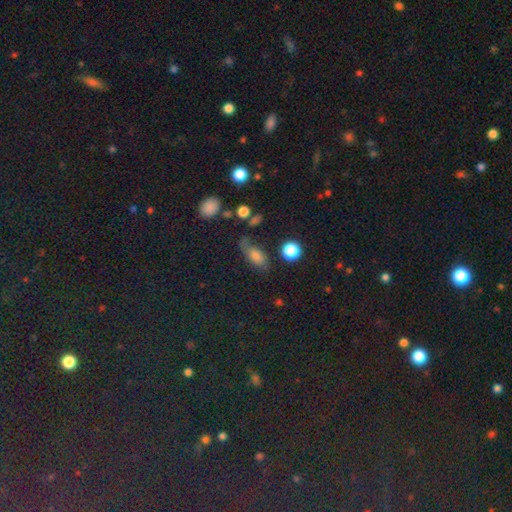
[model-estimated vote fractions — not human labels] Smooth or featured? Predicted: smooth (p=0.67). How rounded? Predicted: in between (p=0.78). Merging? Predicted: none (p=0.54).